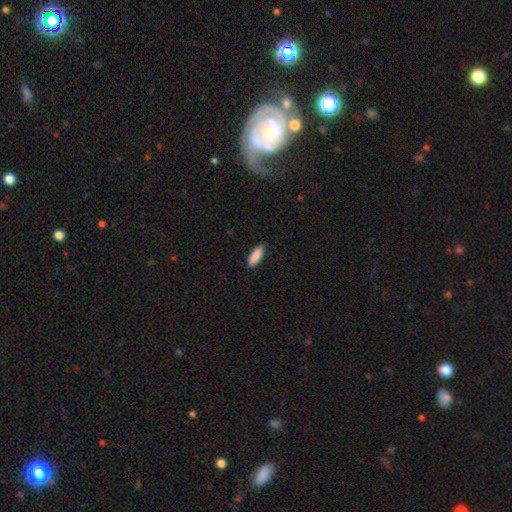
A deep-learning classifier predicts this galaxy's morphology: This is clearly a smooth galaxy (90%). How rounded: likely in between (68%). Merging: clearly none (89%).